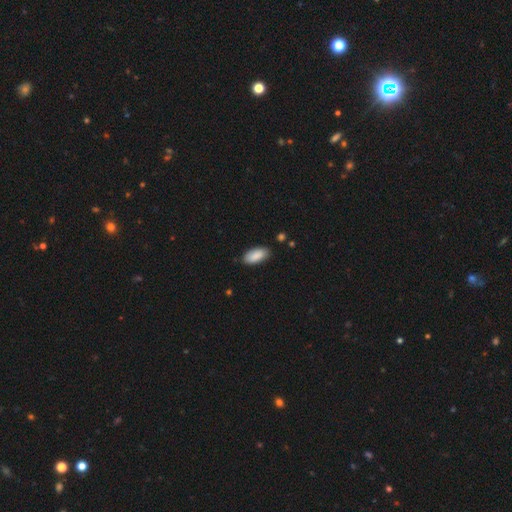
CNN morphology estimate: A smooth galaxy with no disk features (89%) that is in between round and cigar-shaped (90%).

Vote fractions:
- Smooth or featured? smooth: 89% / star or artifact: 6% / featured or disk: 5%
- How rounded? in between: 90% / cigar-shaped: 9% / round: 2%
- Merging? none: 84% / minor disturbance: 13% / major disturbance: 2% / merger: 2%